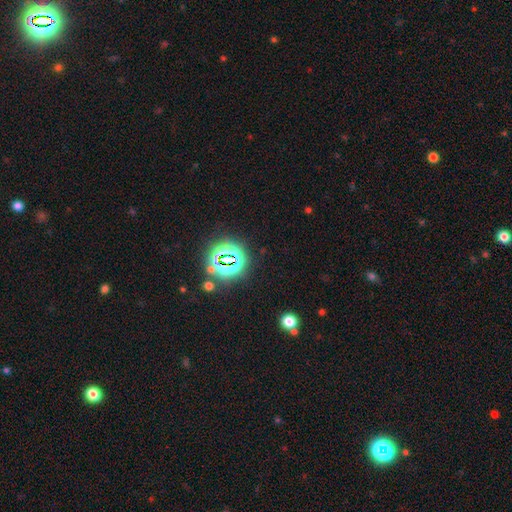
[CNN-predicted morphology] The model was most divided on "smooth or featured": star or artifact: 82%, smooth: 11%, featured or disk: 7%.